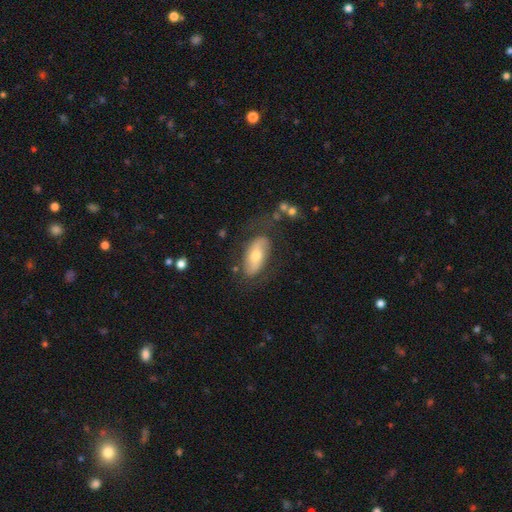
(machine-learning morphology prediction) The model was most divided on "smooth or featured": featured or disk: 48%, smooth: 44%, star or artifact: 8%. More confident: merging — none (64%).